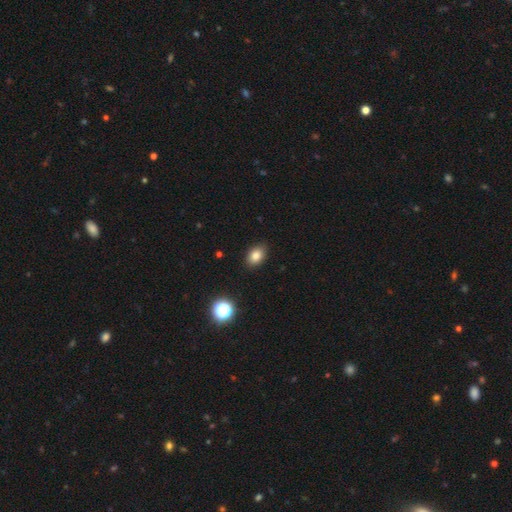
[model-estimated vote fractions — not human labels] The model was most divided on "how rounded": in between: 78%, round: 21%, cigar-shaped: 1%. More confident: merging — none (88%); smooth or featured — smooth (82%).